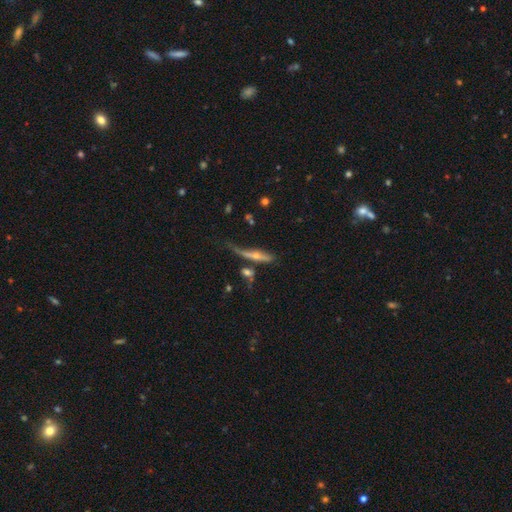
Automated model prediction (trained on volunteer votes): Smooth or featured?
  - featured or disk: 59% *
  - smooth: 33%
  - star or artifact: 8%
Edge-on disk?
  - yes: 85% *
  - no: 15%
Edge-on bulge?
  - rounded: 82% *
  - none: 13%
  - boxy: 5%
Merging?
  - none: 45% *
  - minor disturbance: 22%
  - merger: 19%
  - major disturbance: 14%